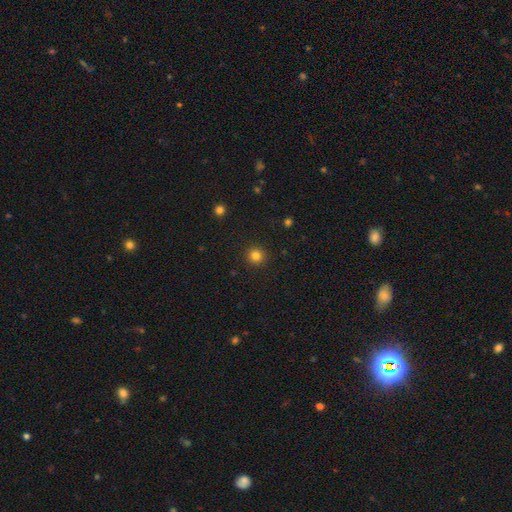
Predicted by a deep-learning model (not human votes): Smooth or featured?
  - smooth: 82% *
  - star or artifact: 13%
  - featured or disk: 5%
How rounded?
  - round: 95% *
  - in between: 5%
  - cigar-shaped: 1%
Merging?
  - none: 92% *
  - minor disturbance: 5%
  - major disturbance: 2%
  - merger: 1%